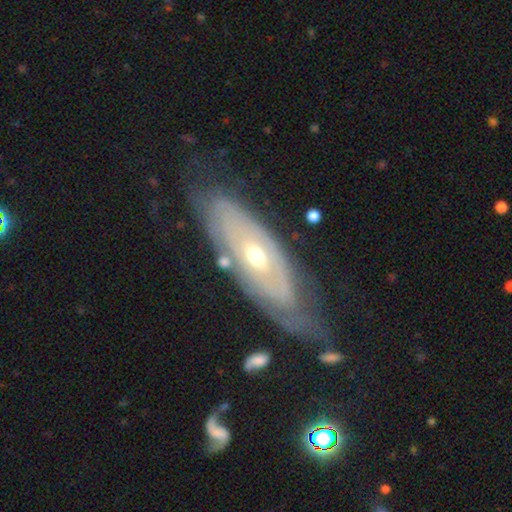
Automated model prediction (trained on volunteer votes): Morphology: type=featured or disk (77%); edge-on=no (81%); bar=no (79%); spiral arms=yes (60%); bulge=moderate (61%); merging=none (63%).